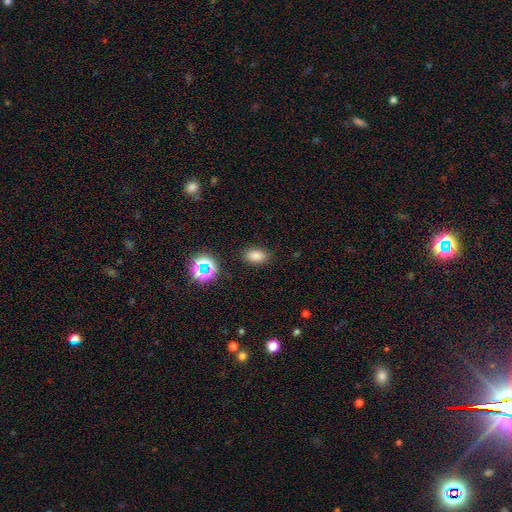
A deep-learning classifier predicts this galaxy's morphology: Smooth or featured: smooth — 79% (star or artifact — 16%)
How rounded: in between — 86% (round — 12%)
Merging: none — 86% (minor disturbance — 9%)